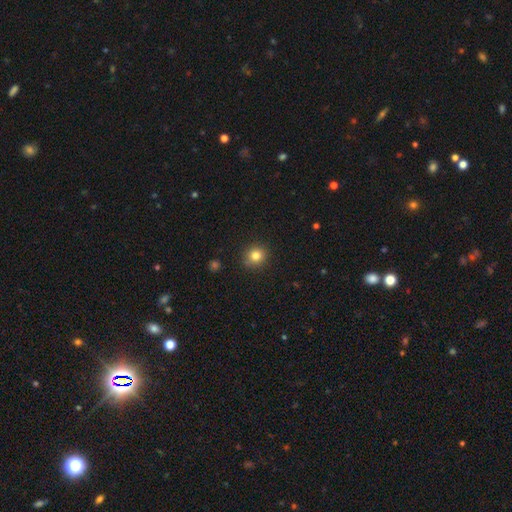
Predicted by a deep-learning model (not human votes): Morphology: type=smooth (82%); roundness=round (88%); merging=none (89%).